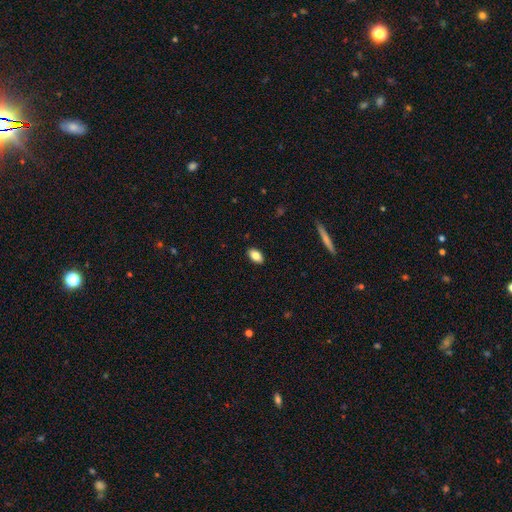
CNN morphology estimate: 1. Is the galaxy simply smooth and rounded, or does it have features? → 83% smooth, 9% featured or disk, 8% star or artifact.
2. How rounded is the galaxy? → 91% in between, 6% round, 3% cigar-shaped.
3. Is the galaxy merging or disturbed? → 89% none, 8% minor disturbance, 2% major disturbance, 1% merger.